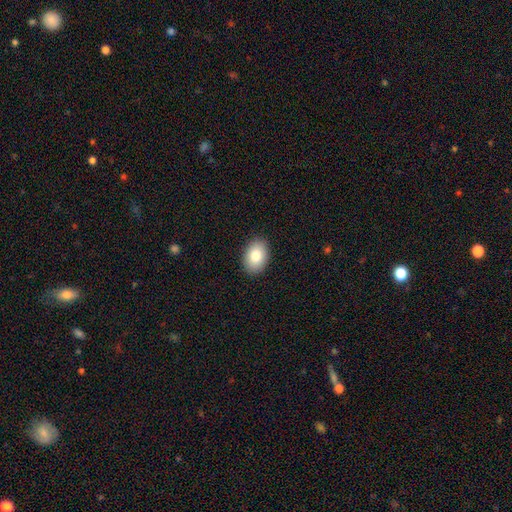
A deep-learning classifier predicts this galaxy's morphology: Smooth or featured? smooth (83%)
How rounded? in between (87%)
Merging? none (90%)